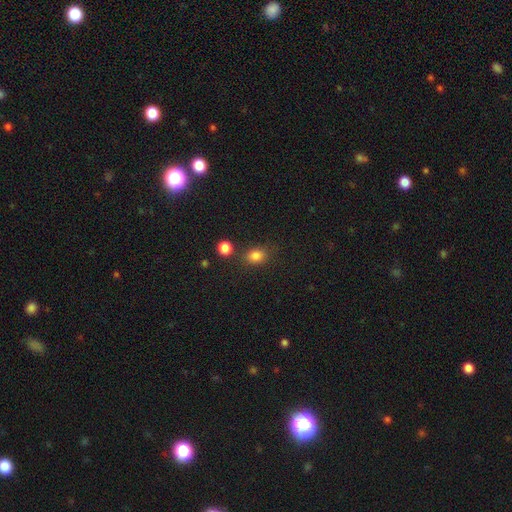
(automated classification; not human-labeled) This appears to be a smooth galaxy with no disk features (82%) that is in between round and cigar-shaped (55%). Merging: none (75%).